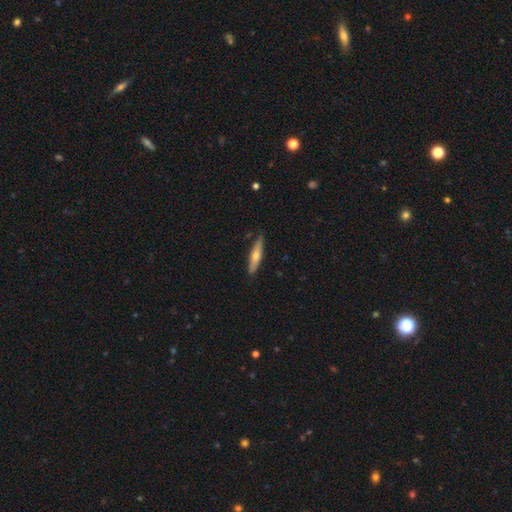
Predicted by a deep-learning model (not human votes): smooth_or_featured: smooth (p=0.51) [alt: featured or disk p=0.44]
how_rounded: cigar-shaped (p=0.82) [alt: in between p=0.16]
merging: none (p=0.87) [alt: minor disturbance p=0.10]